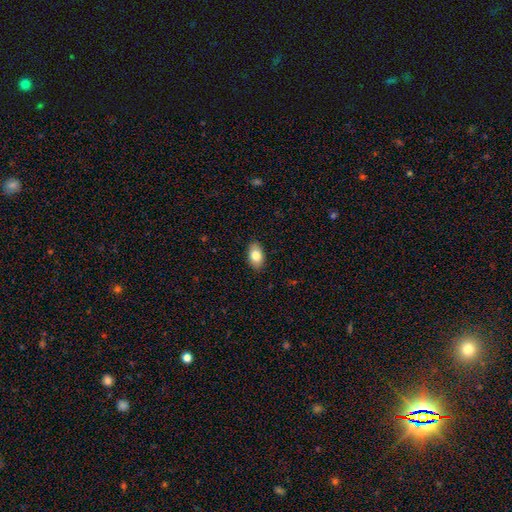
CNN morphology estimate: type=smooth (81%); roundness=in between (91%); merging=none (88%).